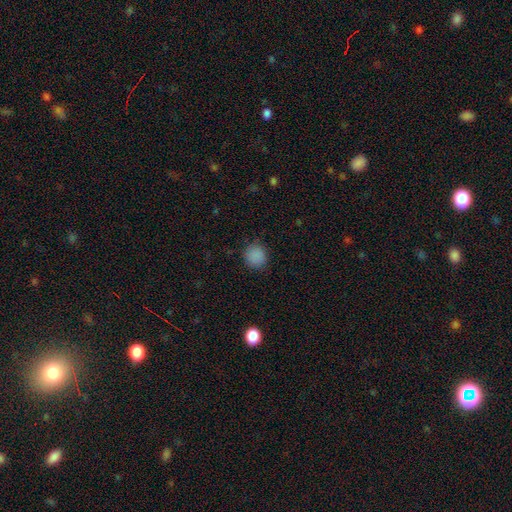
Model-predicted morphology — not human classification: This is clearly a smooth galaxy (87%). How rounded: clearly round (85%). Merging: clearly none (85%).